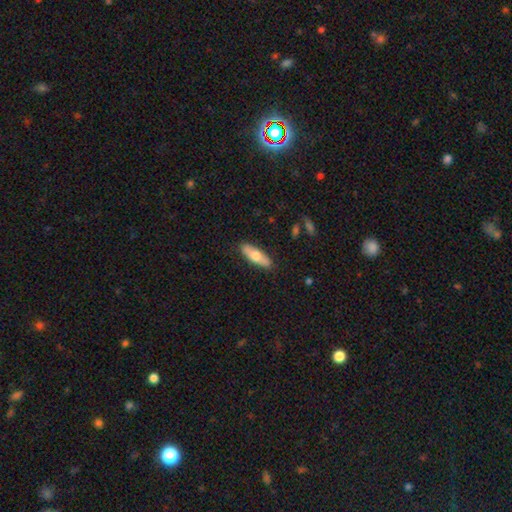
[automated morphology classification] This is likely a smooth galaxy (64%). How rounded: possibly in between (54%). Merging: clearly none (87%).